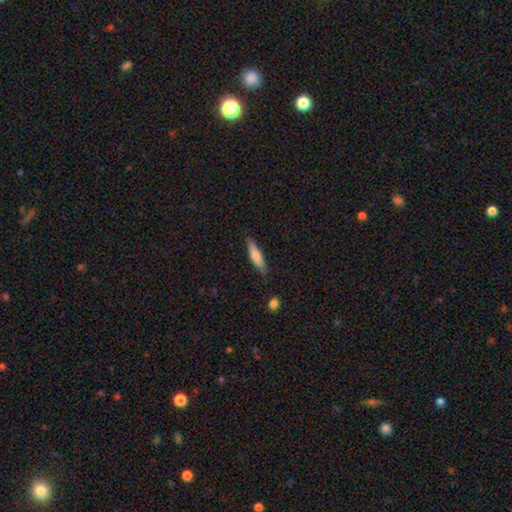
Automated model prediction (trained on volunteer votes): Smooth or featured? smooth (64%)
How rounded? cigar-shaped (81%)
Merging? none (86%)